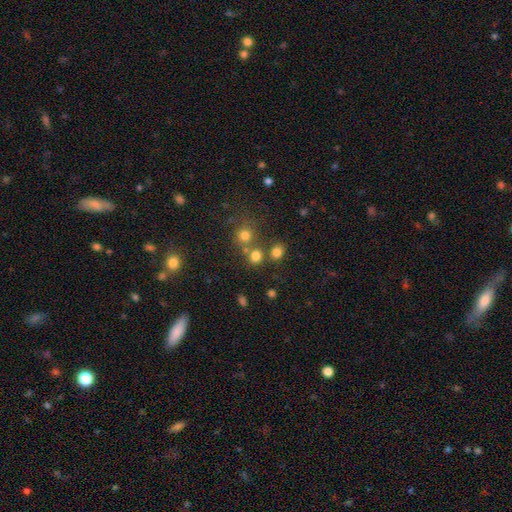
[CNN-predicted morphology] smooth 75%, star or artifact 18%, featured or disk 7%. Down the decision tree: how rounded — round (81%); merging — none (65%).